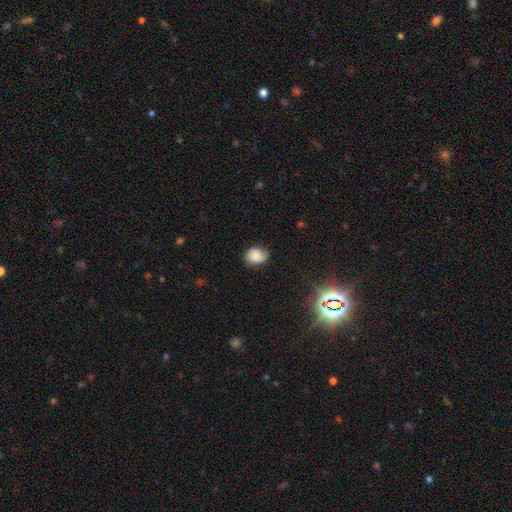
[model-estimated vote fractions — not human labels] This is likely a smooth galaxy (68%). How rounded: possibly in between (52%). Merging: likely none (66%).